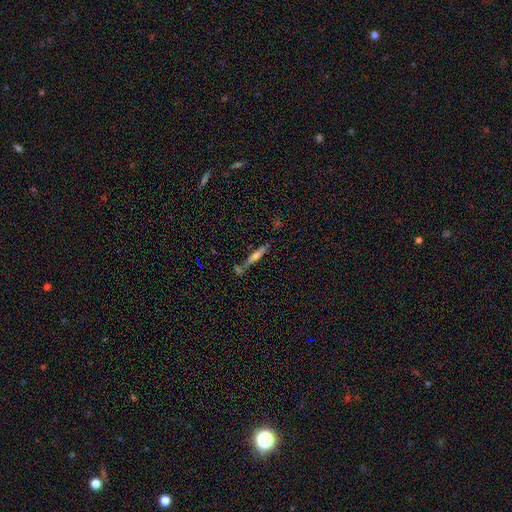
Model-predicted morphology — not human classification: smooth-or-featured: smooth: 50% | featured or disk: 41% | star or artifact: 9%
  merging: none: 63% | merger: 19% | minor disturbance: 14% | major disturbance: 4%